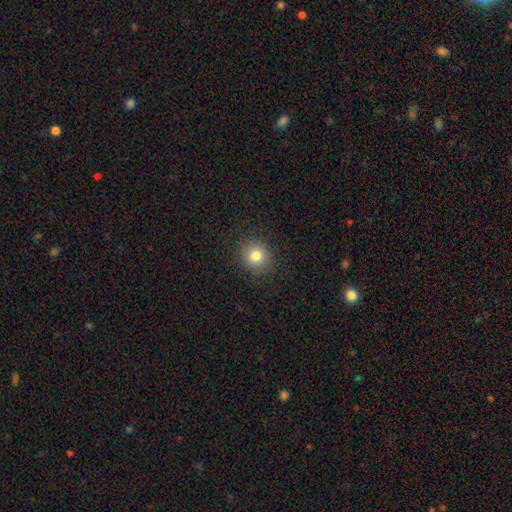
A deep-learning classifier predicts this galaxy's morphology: smooth_or_featured: smooth (p=0.81) [alt: star or artifact p=0.12]
how_rounded: round (p=0.89) [alt: in between p=0.10]
merging: none (p=0.89) [alt: minor disturbance p=0.07]